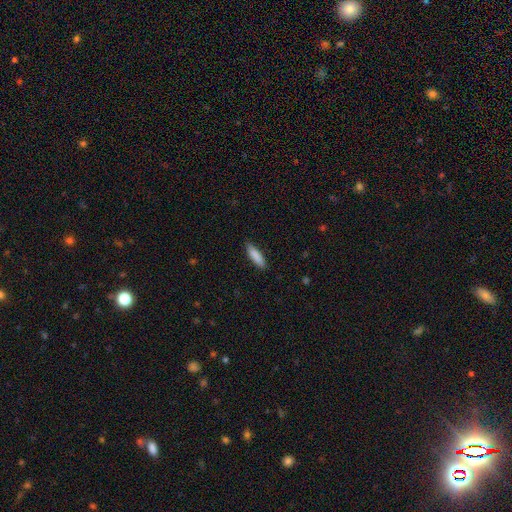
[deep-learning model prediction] Smooth or featured? smooth (87%)
How rounded? cigar-shaped (64%)
Merging? none (86%)